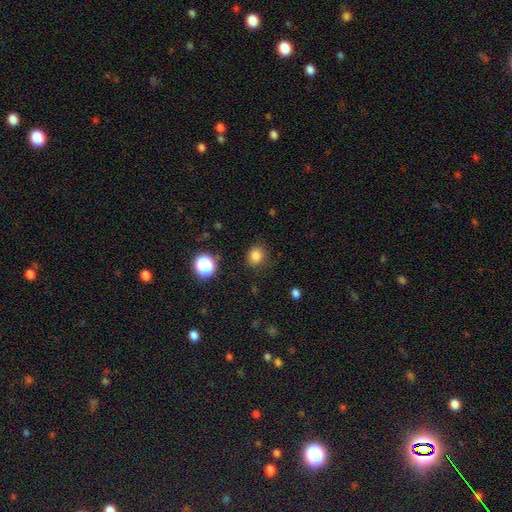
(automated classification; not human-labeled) smooth_or_featured: smooth (p=0.82) [alt: star or artifact p=0.14]
how_rounded: round (p=0.75) [alt: in between p=0.24]
merging: none (p=0.84) [alt: minor disturbance p=0.11]